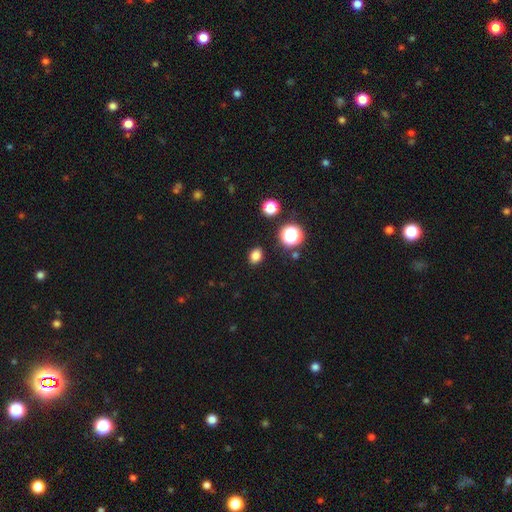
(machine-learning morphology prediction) This is clearly a smooth galaxy (80%). How rounded: possibly in between (55%). Merging: clearly none (88%).